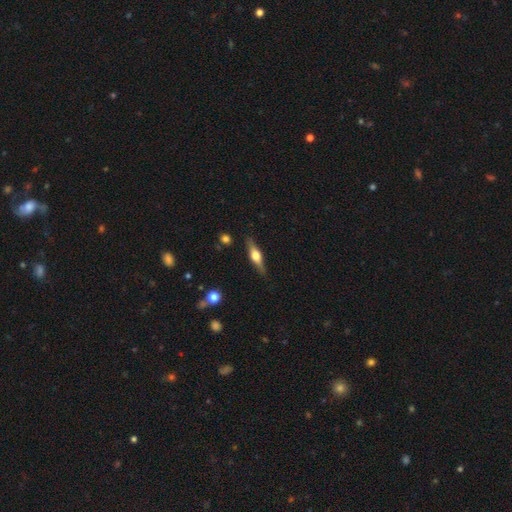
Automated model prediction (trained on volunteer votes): Smooth or featured: featured or disk — 61% (smooth — 33%)
Edge-on disk: yes — 95% (no — 5%)
Edge-on bulge: rounded — 92% (boxy — 6%)
Merging: none — 86% (minor disturbance — 10%)